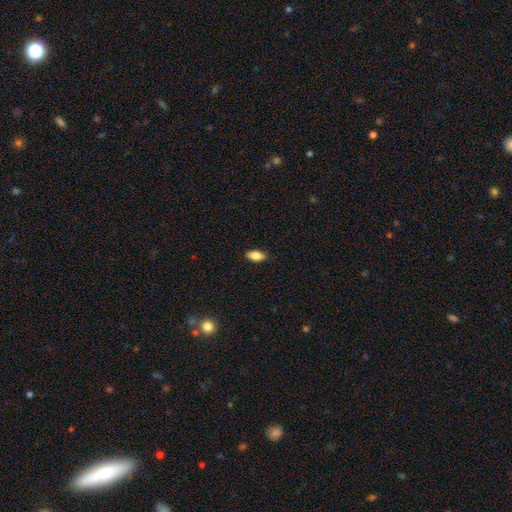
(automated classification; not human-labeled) smooth_or_featured: smooth (p=0.85) [alt: star or artifact p=0.08]
how_rounded: in between (p=0.90) [alt: cigar-shaped p=0.06]
merging: none (p=0.88) [alt: minor disturbance p=0.09]